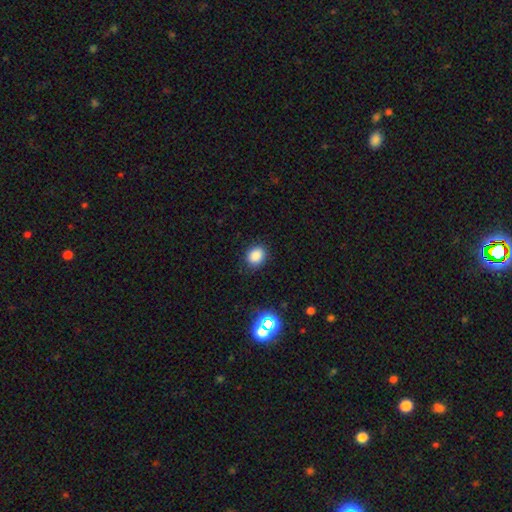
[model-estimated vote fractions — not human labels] Overall: smooth (84%). How rounded: round (57%; in between 42%). Merging: none (86%).